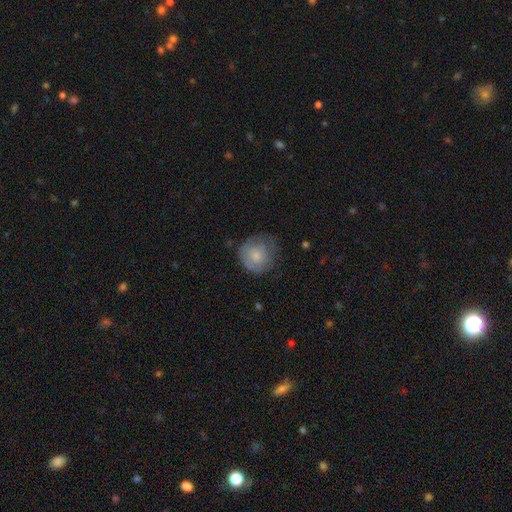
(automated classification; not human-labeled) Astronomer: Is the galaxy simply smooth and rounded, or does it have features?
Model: smooth — 71%.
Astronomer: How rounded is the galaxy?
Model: round — 84%.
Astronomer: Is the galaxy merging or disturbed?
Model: none — 53% (runner-up: minor disturbance, 30%).